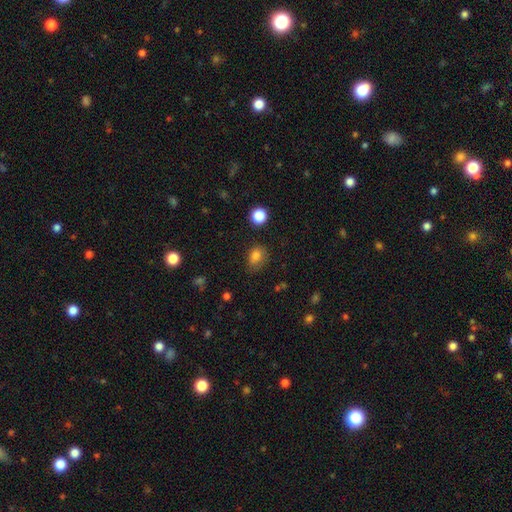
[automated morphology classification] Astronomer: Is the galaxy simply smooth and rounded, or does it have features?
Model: smooth — 80%.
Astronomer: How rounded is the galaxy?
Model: in between — 59% (runner-up: round, 40%).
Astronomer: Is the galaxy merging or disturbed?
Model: none — 62%.